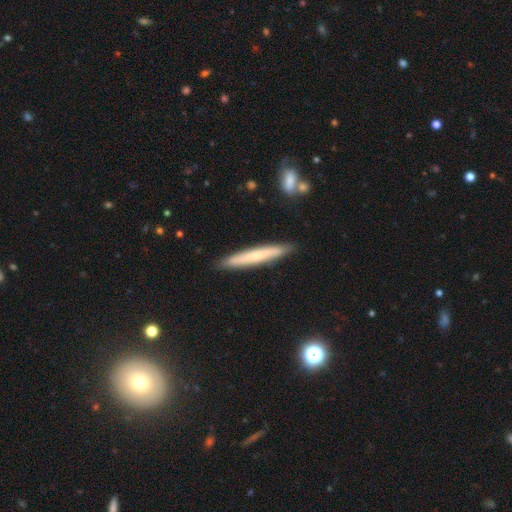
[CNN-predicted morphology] A smooth galaxy with no disk features (60%) that is cigar-shaped (95%). Merging: none (89%).